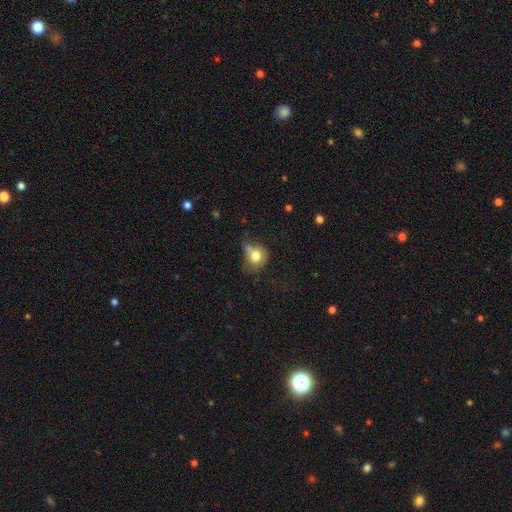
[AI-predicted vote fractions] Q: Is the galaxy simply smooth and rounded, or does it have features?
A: smooth — 74%.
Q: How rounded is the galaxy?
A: round — 63%.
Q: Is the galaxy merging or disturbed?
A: none — 34%.